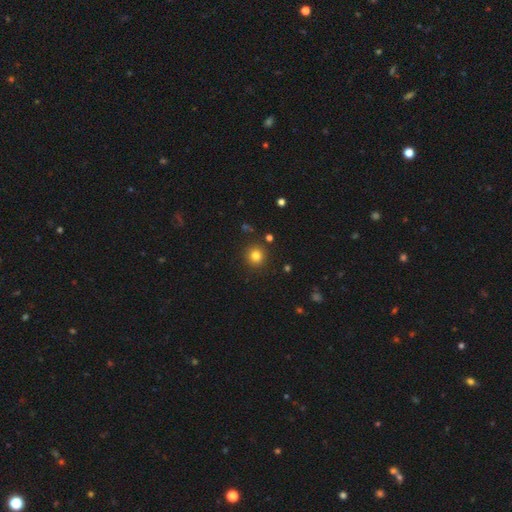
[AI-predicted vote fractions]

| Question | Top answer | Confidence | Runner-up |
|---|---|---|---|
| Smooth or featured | smooth | 80% | star or artifact (13%) |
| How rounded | round | 93% | in between (6%) |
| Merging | none | 90% | minor disturbance (6%) |